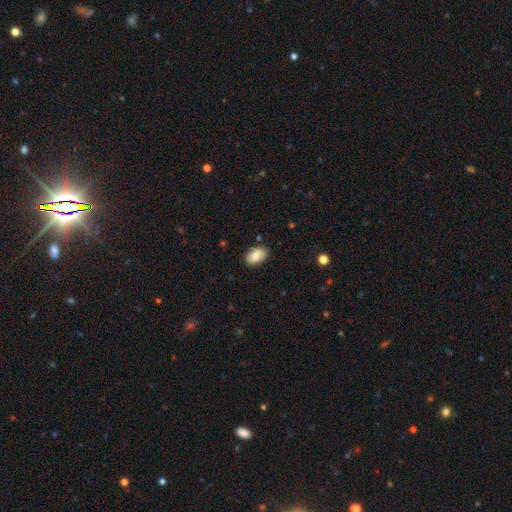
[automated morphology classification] smooth 84%, featured or disk 9%, star or artifact 7%. Down the decision tree: how rounded — in between (92%); merging — none (84%).